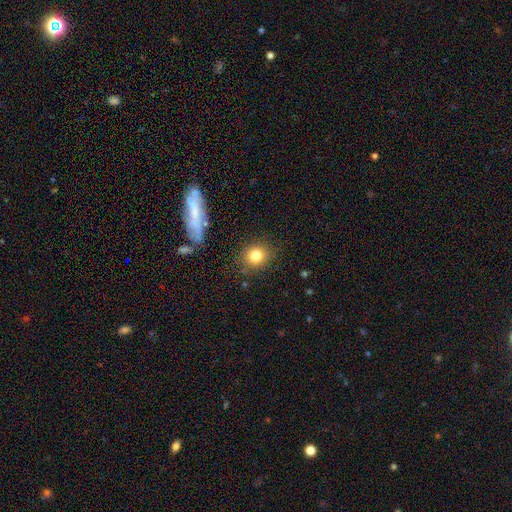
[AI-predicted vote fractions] The model was most divided on "how rounded": round: 83%, in between: 15%, cigar-shaped: 1%. More confident: merging — none (85%); smooth or featured — smooth (81%).